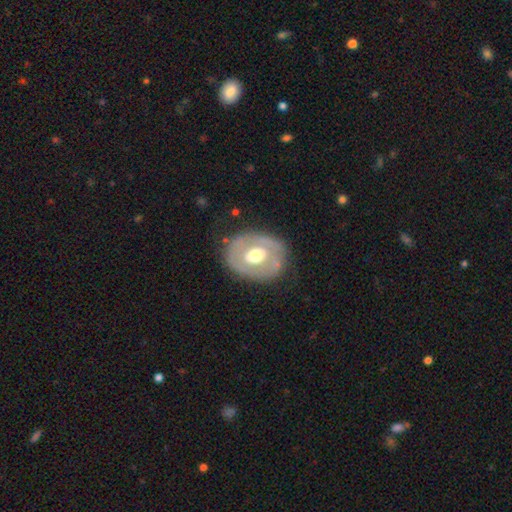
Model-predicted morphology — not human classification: featured or disk 61%, smooth 33%, star or artifact 5%. Down the decision tree: edge-on disk — no (95%); bar — no (62%); spiral arms — no (72%); bulge size — moderate (67%); merging — none (73%).